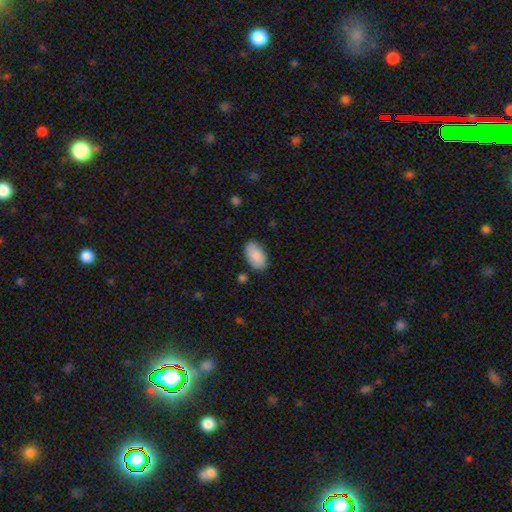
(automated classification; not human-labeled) This appears to be a smooth galaxy with no disk features (87%) that is in between round and cigar-shaped (95%). Merging: none (82%).